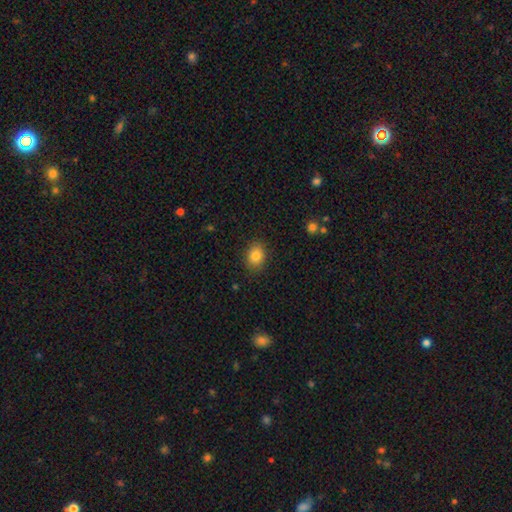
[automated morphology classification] This appears to be a smooth galaxy with no disk features (85%) that is in between round and cigar-shaped (64%). Merging: none (87%).